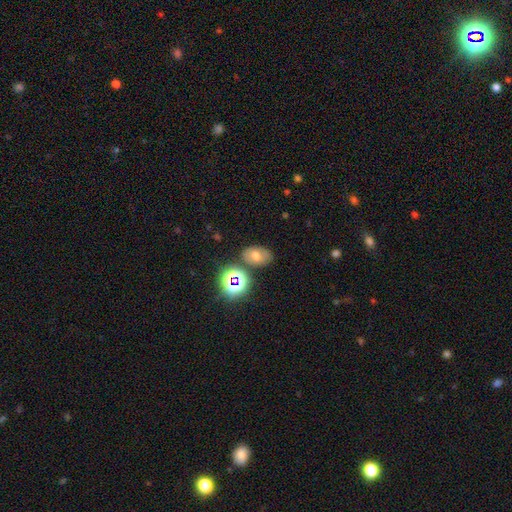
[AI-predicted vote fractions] Smooth or featured: smooth — 53% (star or artifact — 25%)
How rounded: in between — 78% (round — 20%)
Merging: none — 72% (minor disturbance — 15%)